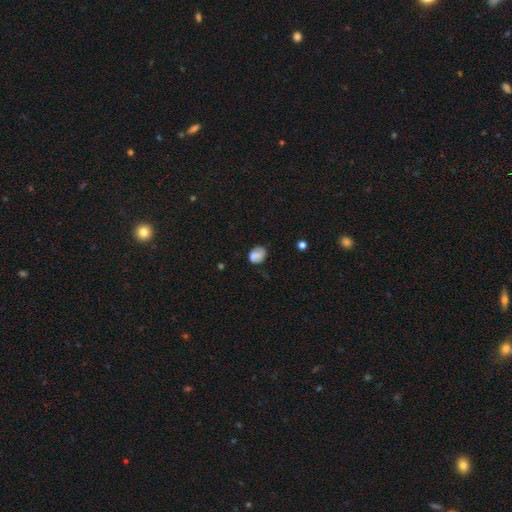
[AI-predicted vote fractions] This appears to be a smooth galaxy with no disk features (71%) that is in between round and cigar-shaped (53%). Merging: none (60%).